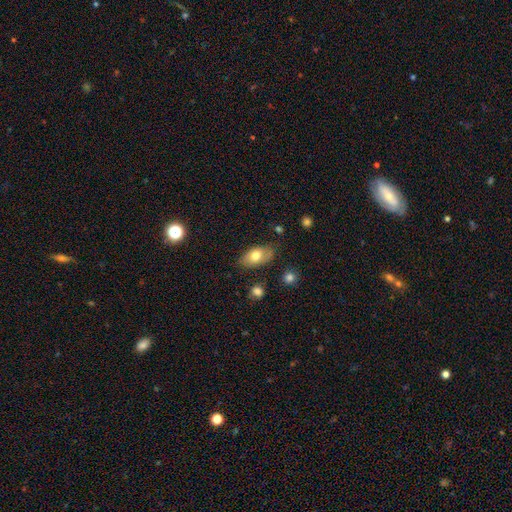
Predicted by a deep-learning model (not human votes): This is likely a smooth galaxy (73%). How rounded: clearly in between (91%). Merging: likely none (76%).